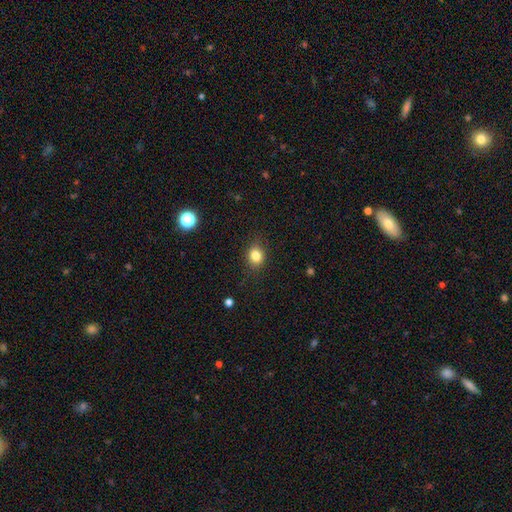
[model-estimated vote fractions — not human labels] Smooth or featured? Predicted: smooth (p=0.82). How rounded? Predicted: round (p=0.61). Merging? Predicted: none (p=0.84).